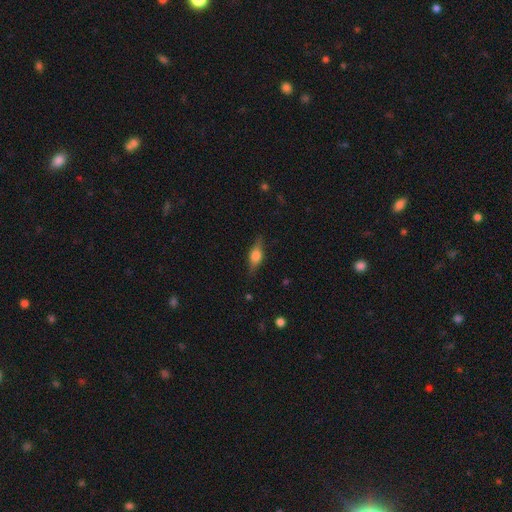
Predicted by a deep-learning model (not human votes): Smooth or featured: smooth — 51% (featured or disk — 41%)
How rounded: in between — 65% (cigar-shaped — 27%)
Merging: none — 79% (minor disturbance — 16%)